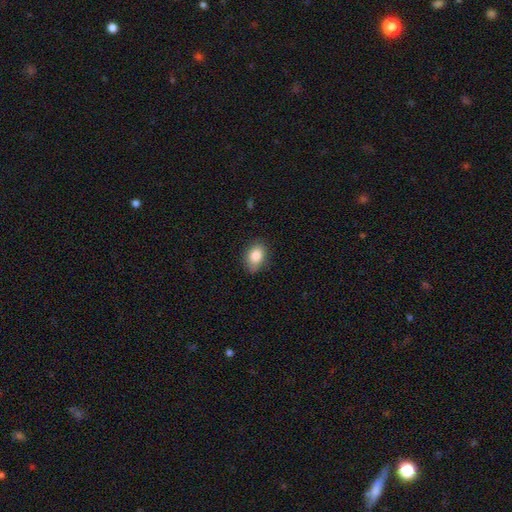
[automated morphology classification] This is clearly a smooth galaxy (85%). How rounded: clearly in between (82%). Merging: likely none (78%).